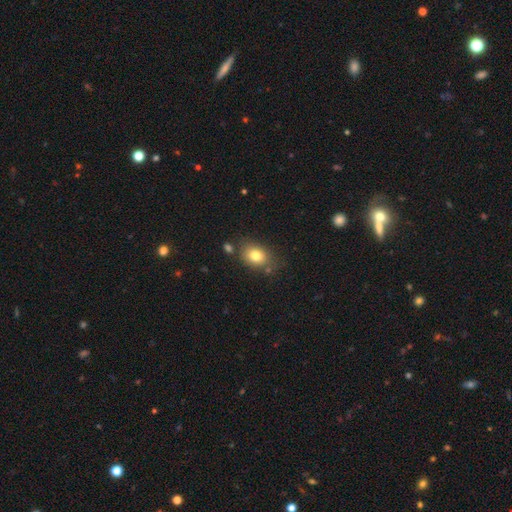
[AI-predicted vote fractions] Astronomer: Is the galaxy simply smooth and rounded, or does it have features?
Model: smooth — 80%.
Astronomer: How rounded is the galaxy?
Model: in between — 67%.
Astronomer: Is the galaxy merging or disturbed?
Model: none — 73%.